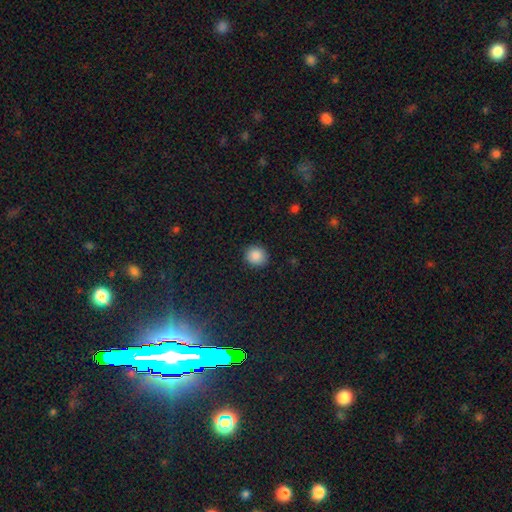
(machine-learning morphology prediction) This appears to be a smooth galaxy with no disk features (88%) that is round (85%). Merging: none (90%).